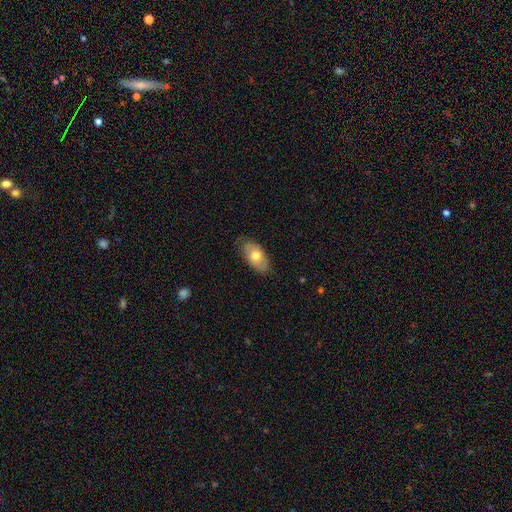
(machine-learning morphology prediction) Smooth or featured?
  - smooth: 65% *
  - featured or disk: 29%
  - star or artifact: 6%
How rounded?
  - in between: 93% *
  - round: 5%
  - cigar-shaped: 3%
Merging?
  - none: 76% *
  - minor disturbance: 19%
  - major disturbance: 3%
  - merger: 1%